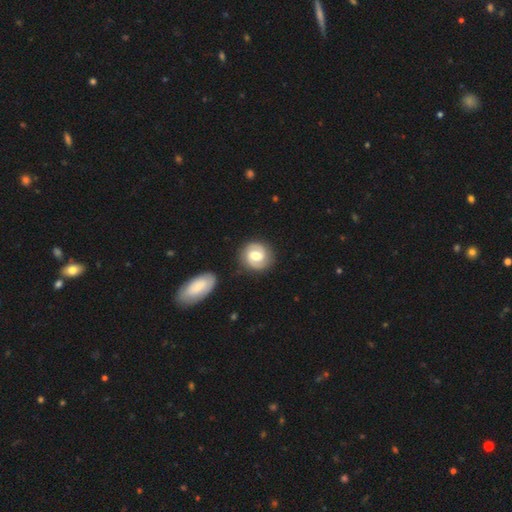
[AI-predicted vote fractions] This appears to be a featured or disk galaxy (65%) with a weak bar (49%), 2 (86%) tight (43%) spiral arms (88%) and a moderate central bulge (70%). Merging: none (82%).